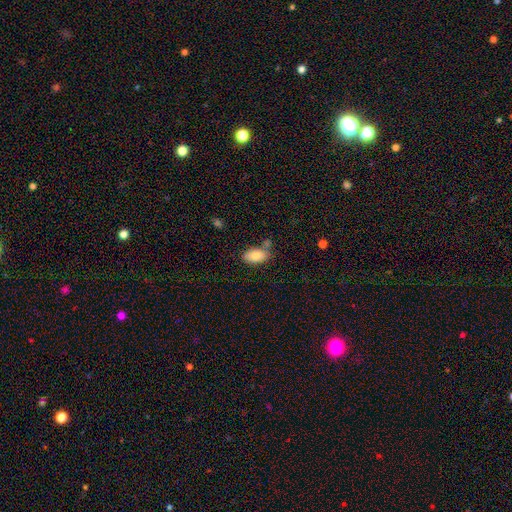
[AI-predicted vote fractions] smooth_or_featured: smooth (p=0.81) [alt: featured or disk p=0.12]
how_rounded: in between (p=0.93) [alt: round p=0.04]
merging: none (p=0.67) [alt: minor disturbance p=0.17]